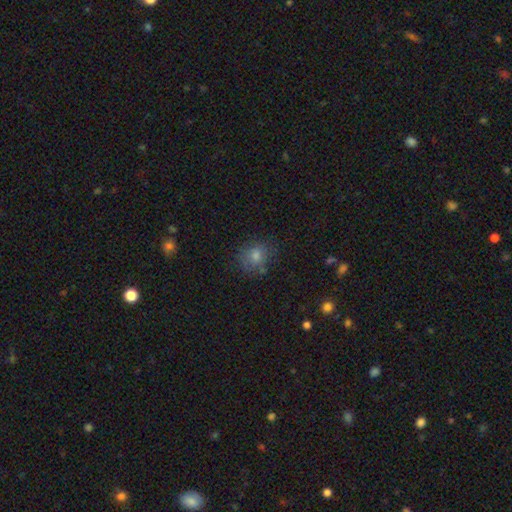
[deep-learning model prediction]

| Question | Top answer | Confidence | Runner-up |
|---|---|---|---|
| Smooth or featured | smooth | 73% | star or artifact (17%) |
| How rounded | round | 75% | in between (24%) |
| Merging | none | 75% | minor disturbance (16%) |